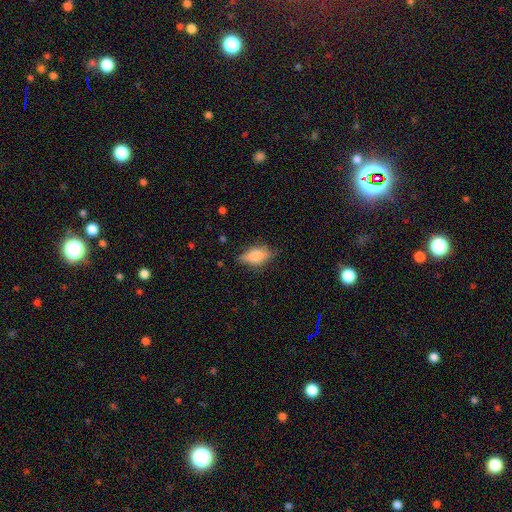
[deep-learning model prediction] A smooth galaxy with no disk features (66%) that is in between round and cigar-shaped (84%). Merging: none (67%).